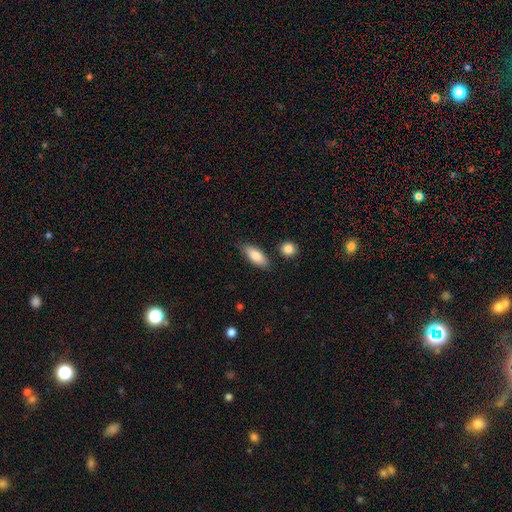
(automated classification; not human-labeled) Smooth or featured? smooth (81%)
How rounded? in between (75%)
Merging? none (81%)